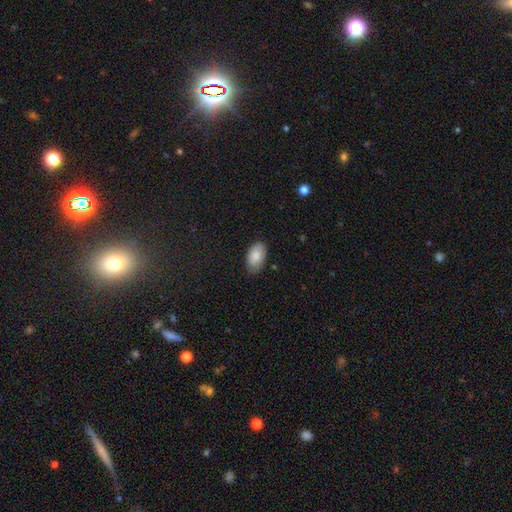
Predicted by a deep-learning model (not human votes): smooth_or_featured: smooth (p=0.85) [alt: featured or disk p=0.09]
how_rounded: in between (p=0.94) [alt: round p=0.05]
merging: none (p=0.74) [alt: minor disturbance p=0.22]